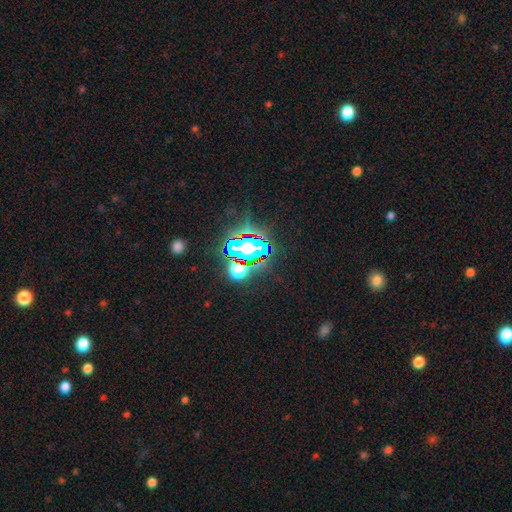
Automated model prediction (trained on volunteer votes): Morphology: type=star or artifact (77%).